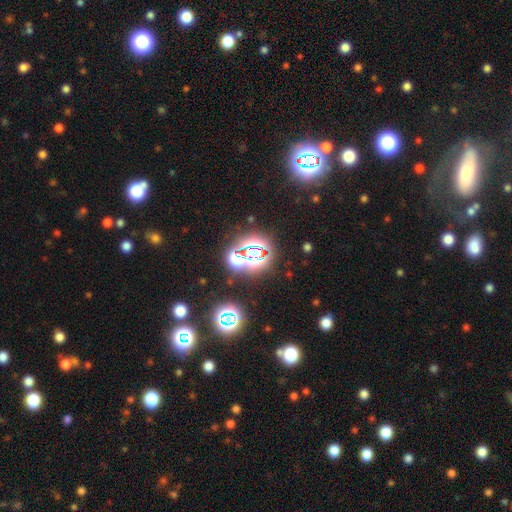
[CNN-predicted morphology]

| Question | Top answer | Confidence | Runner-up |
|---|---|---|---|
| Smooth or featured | star or artifact | 69% | smooth (21%) |